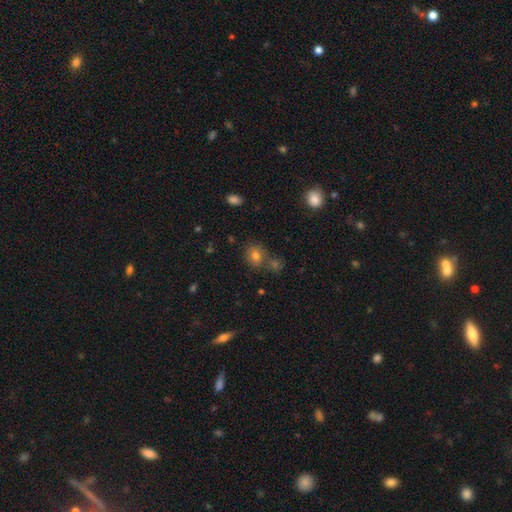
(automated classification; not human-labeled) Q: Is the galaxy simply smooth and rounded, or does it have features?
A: smooth — 74%.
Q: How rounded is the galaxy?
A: round — 67%.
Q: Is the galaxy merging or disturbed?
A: none — 67%.